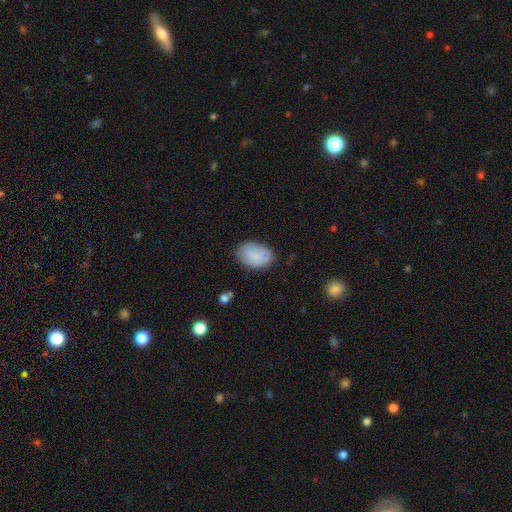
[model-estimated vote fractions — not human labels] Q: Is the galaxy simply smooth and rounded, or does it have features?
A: smooth — 84%.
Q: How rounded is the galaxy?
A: in between — 89%.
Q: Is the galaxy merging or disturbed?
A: none — 78%.